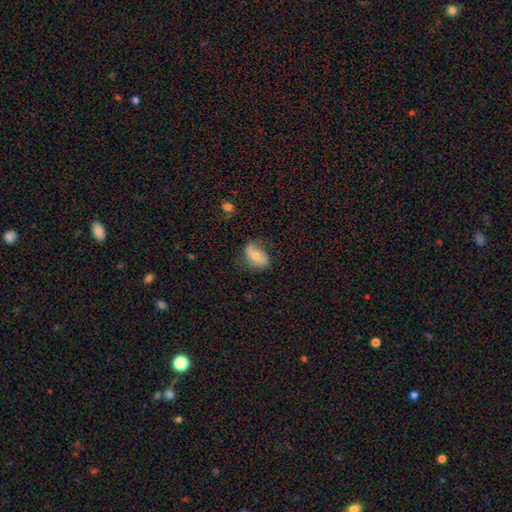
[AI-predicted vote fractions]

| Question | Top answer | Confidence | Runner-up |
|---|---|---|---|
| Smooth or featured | smooth | 47% | featured or disk (45%) |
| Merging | none | 56% | minor disturbance (30%) |